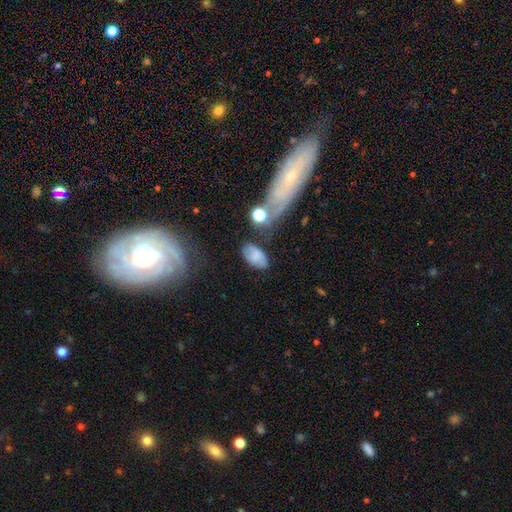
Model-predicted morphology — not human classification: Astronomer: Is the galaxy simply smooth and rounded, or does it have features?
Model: smooth — 67%.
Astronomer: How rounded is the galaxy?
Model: in between — 92%.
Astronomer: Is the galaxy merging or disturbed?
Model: none — 57%.